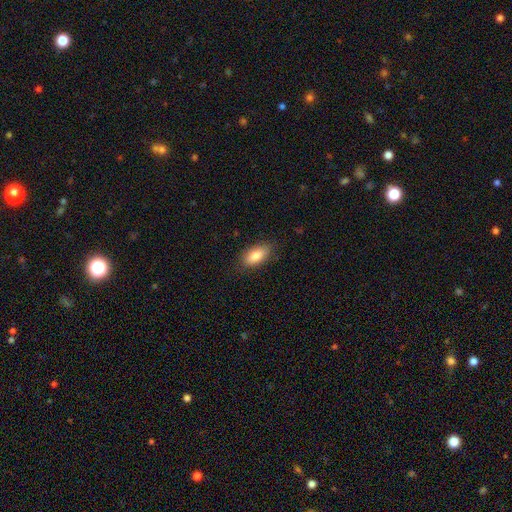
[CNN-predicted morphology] Overall: smooth (85%). How rounded: in between (89%). Merging: none (84%).